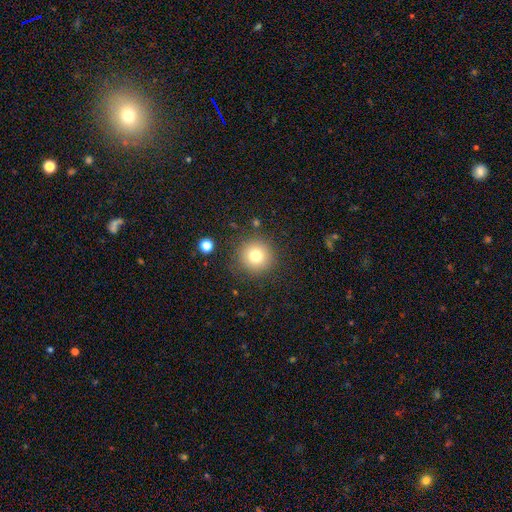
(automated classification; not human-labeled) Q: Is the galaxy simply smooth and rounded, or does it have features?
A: smooth — 77%.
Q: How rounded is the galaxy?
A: round — 95%.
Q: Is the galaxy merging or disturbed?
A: none — 87%.